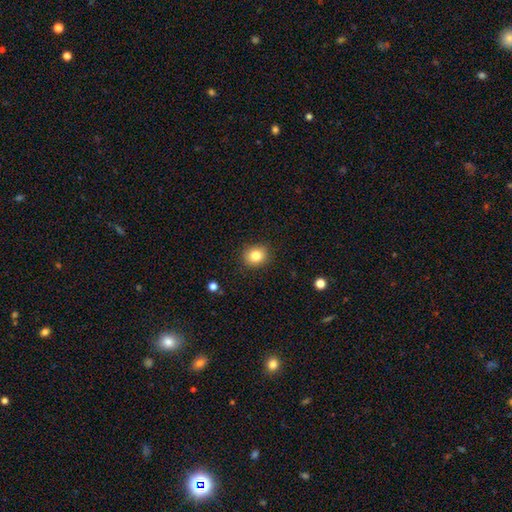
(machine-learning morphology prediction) Smooth or featured? Predicted: smooth (p=0.83). How rounded? Predicted: round (p=0.74). Merging? Predicted: none (p=0.89).